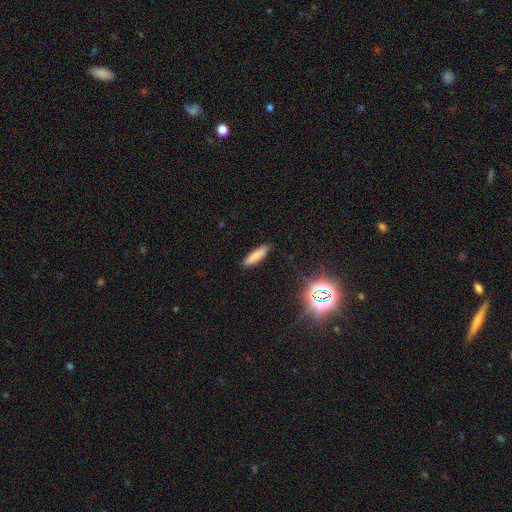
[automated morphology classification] smooth_or_featured: smooth (p=0.82) [alt: star or artifact p=0.10]
how_rounded: cigar-shaped (p=0.67) [alt: in between p=0.31]
merging: none (p=0.86) [alt: minor disturbance p=0.10]